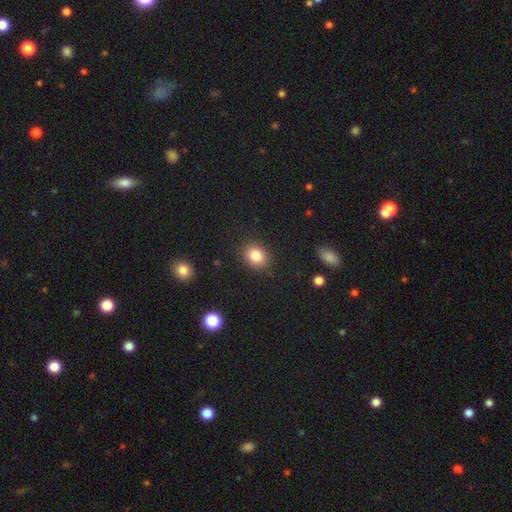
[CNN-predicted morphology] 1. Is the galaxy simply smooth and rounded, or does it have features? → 83% smooth, 10% star or artifact, 7% featured or disk.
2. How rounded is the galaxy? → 60% round, 39% in between, 1% cigar-shaped.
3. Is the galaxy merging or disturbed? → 88% none, 9% minor disturbance, 3% major disturbance, 1% merger.